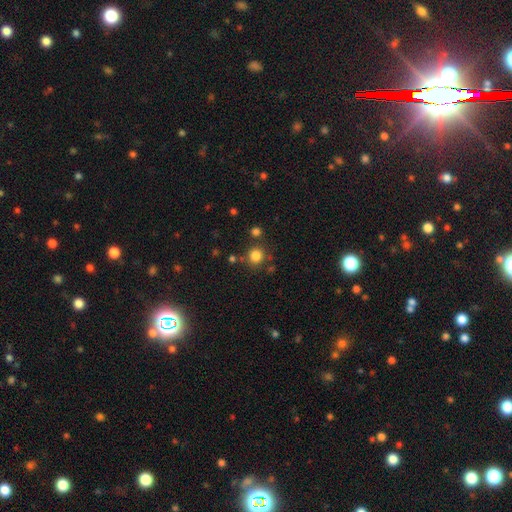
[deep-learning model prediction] The model was most divided on "smooth or featured": smooth: 82%, star or artifact: 13%, featured or disk: 5%. More confident: how rounded — round (90%); merging — none (79%).